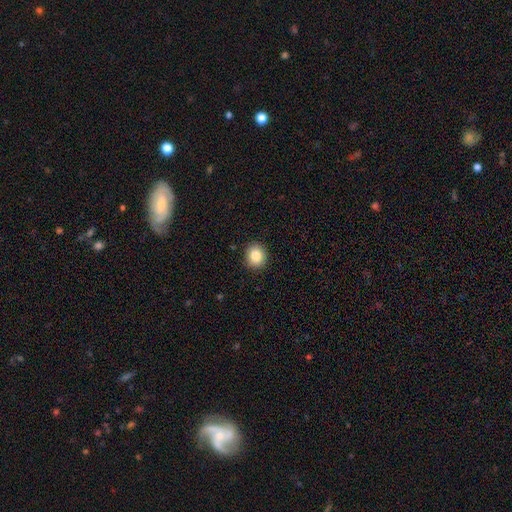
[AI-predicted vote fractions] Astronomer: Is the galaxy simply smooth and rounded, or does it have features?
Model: smooth — 85%.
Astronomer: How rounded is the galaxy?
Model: round — 76%.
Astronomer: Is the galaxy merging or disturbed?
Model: none — 90%.